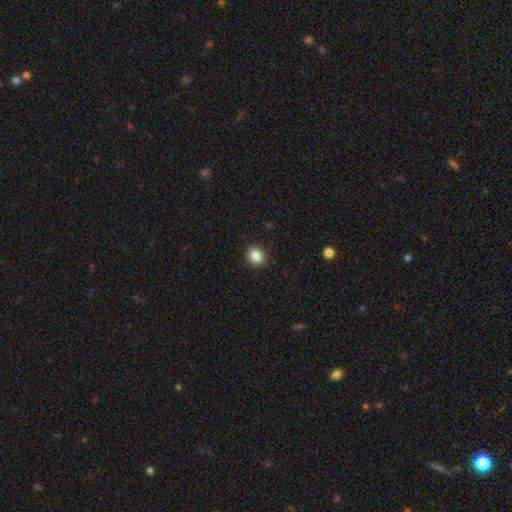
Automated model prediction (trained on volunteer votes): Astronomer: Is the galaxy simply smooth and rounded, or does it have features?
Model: smooth — 86%.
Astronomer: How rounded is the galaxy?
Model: round — 78%.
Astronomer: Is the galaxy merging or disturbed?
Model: none — 91%.